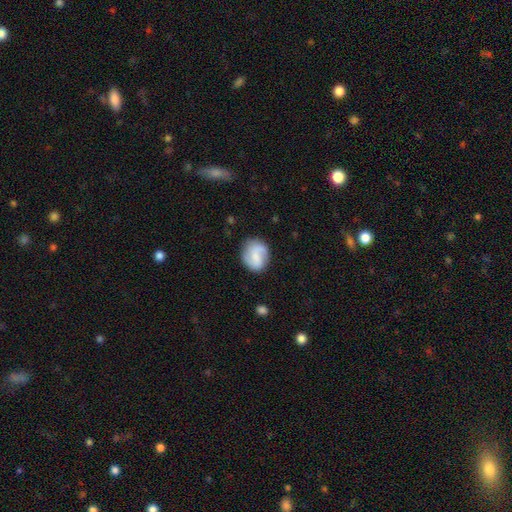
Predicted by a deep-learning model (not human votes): smooth_or_featured: featured or disk (p=0.56) [alt: smooth p=0.37]
disk_edge_on: no (p=0.98) [alt: yes p=0.02]
bar: weak (p=0.47) [alt: no p=0.37]
has_spiral_arms: yes (p=0.90) [alt: no p=0.10]
bulge_size: small (p=0.36) [tied with: none p=0.36]
merging: none (p=0.75) [alt: minor disturbance p=0.17]